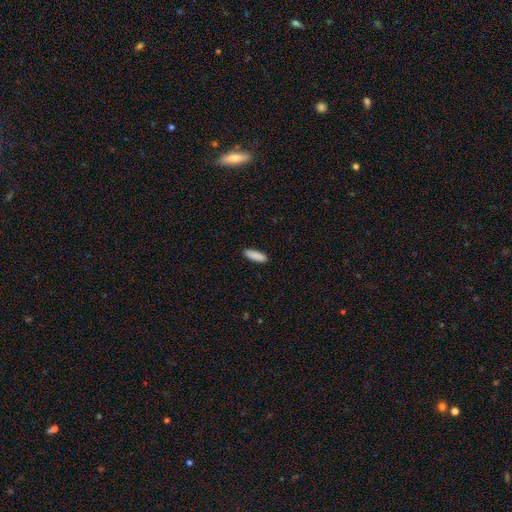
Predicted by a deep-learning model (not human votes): Smooth or featured: smooth — 90% (star or artifact — 6%)
How rounded: cigar-shaped — 52% (in between — 47%)
Merging: none — 90% (minor disturbance — 7%)